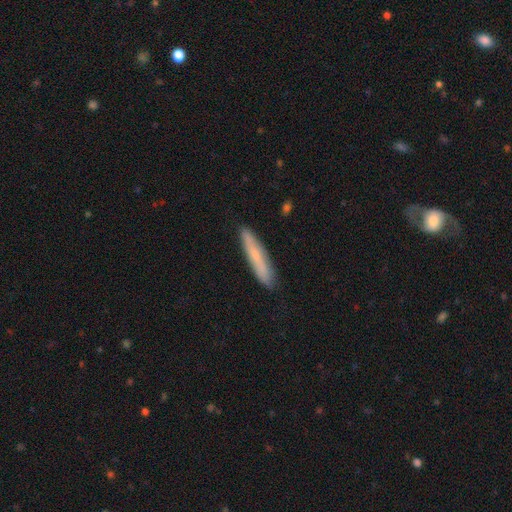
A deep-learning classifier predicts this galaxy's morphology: type=smooth (63%); roundness=cigar-shaped (92%); merging=none (88%).